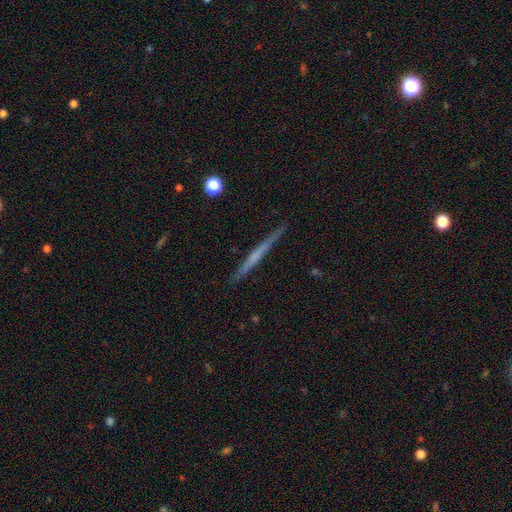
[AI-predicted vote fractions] A featured or disk galaxy (58%) viewed edge-on (97%) with no central bulge (78%). Merging: none (91%).